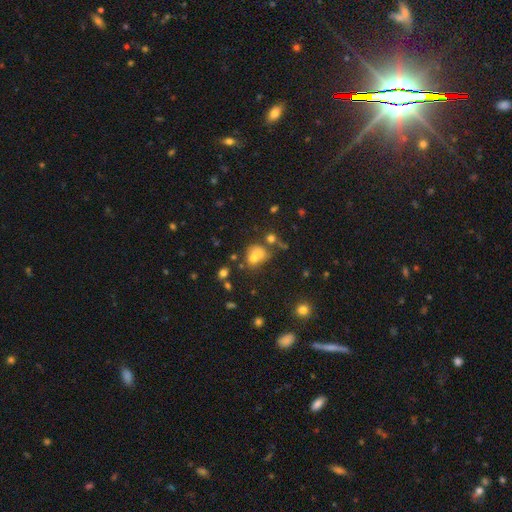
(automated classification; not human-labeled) smooth_or_featured: smooth (p=0.67) [alt: featured or disk p=0.17]
how_rounded: round (p=0.59) [alt: in between p=0.39]
merging: merger (p=0.47) [alt: none p=0.33]